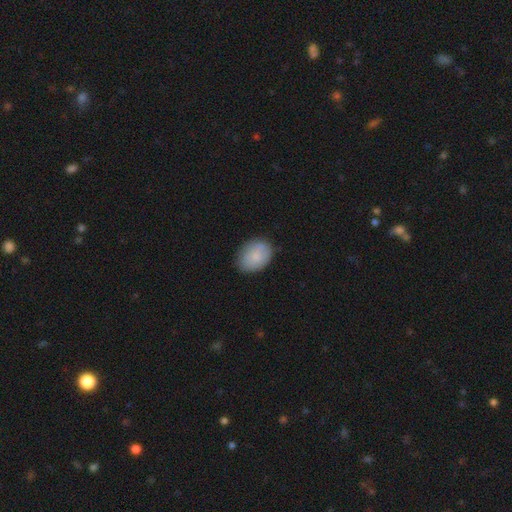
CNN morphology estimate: A smooth galaxy with no disk features (78%) that is in between round and cigar-shaped (69%). Merging: none (73%).